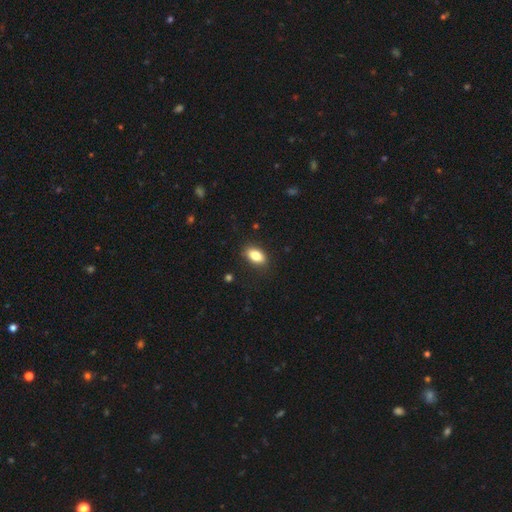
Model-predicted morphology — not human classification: Q: Smooth or featured?
A: smooth (83%); runner-up: featured or disk (10%)
Q: How rounded?
A: in between (88%); runner-up: round (8%)
Q: Merging?
A: none (87%); runner-up: minor disturbance (10%)